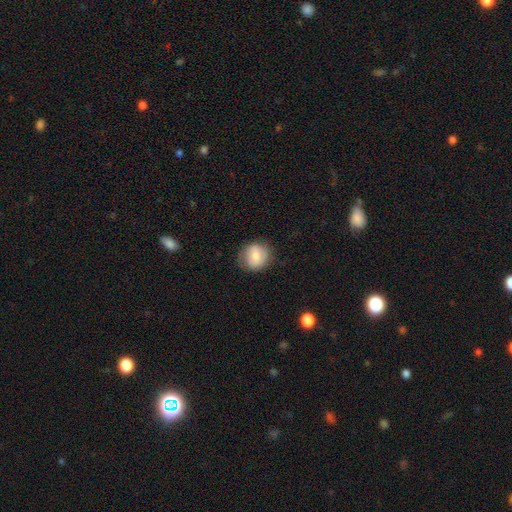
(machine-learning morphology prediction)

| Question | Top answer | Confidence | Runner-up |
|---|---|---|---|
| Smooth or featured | smooth | 74% | featured or disk (19%) |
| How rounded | round | 81% | in between (18%) |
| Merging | none | 77% | minor disturbance (17%) |